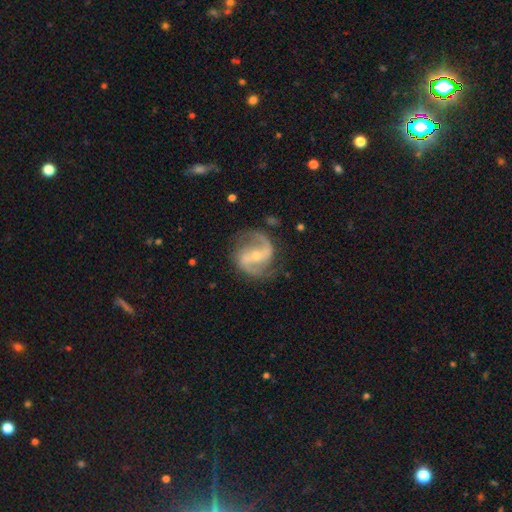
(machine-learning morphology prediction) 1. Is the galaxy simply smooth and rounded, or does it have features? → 90% featured or disk, 6% smooth, 5% star or artifact.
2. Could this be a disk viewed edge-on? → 98% no, 2% yes.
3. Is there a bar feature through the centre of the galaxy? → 41% weak, 31% strong, 28% no.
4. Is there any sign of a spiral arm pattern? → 97% yes, 3% no.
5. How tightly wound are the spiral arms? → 57% medium, 26% loose, 17% tight.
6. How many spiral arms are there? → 92% 2, 2% can't tell, 2% 3, 2% 1, 1% 4, 1% more than 4.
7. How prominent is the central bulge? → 54% small, 40% moderate, 3% none, 2% large, 1% dominant.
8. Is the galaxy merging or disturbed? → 78% none, 15% minor disturbance, 6% major disturbance, 1% merger.